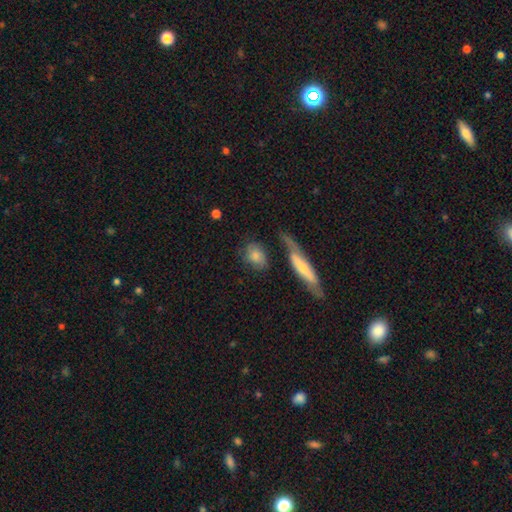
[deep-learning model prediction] A smooth galaxy with no disk features (66%) that is in between round and cigar-shaped (58%).

Vote fractions:
- Smooth or featured? smooth: 66% / featured or disk: 27% / star or artifact: 8%
- How rounded? in between: 58% / round: 34% / cigar-shaped: 8%
- Merging? none: 53% / minor disturbance: 18% / merger: 17% / major disturbance: 11%